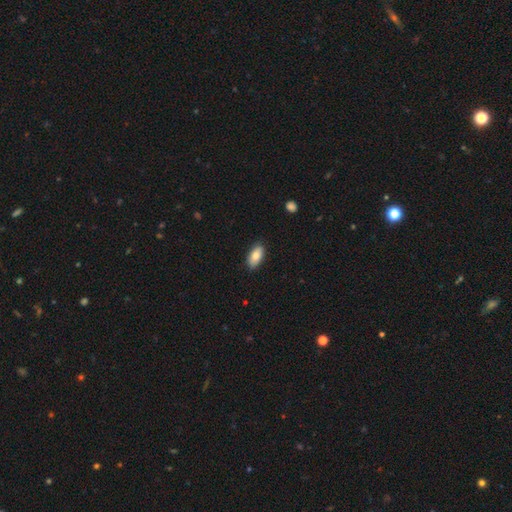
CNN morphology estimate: This is clearly a smooth galaxy (81%). How rounded: clearly in between (91%). Merging: clearly none (87%).